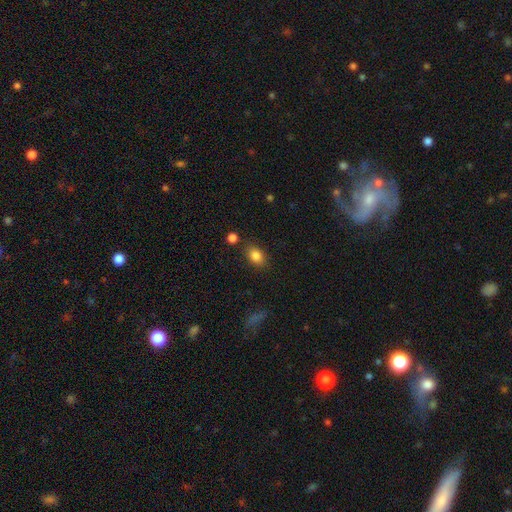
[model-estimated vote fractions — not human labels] Overall: smooth (84%). How rounded: in between (76%). Merging: none (80%).